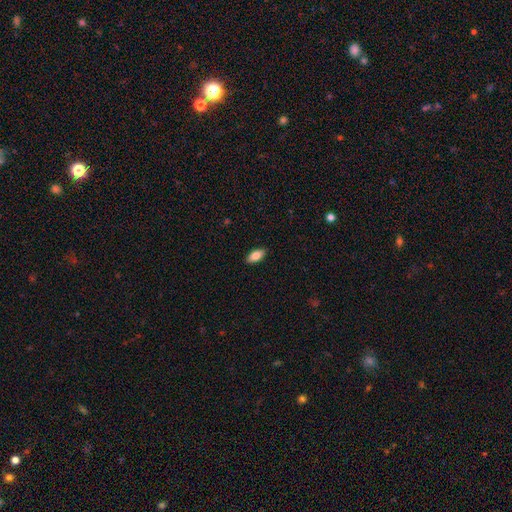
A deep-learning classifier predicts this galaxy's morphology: This appears to be a smooth galaxy with no disk features (83%) that is in between round and cigar-shaped (89%). Merging: none (90%).